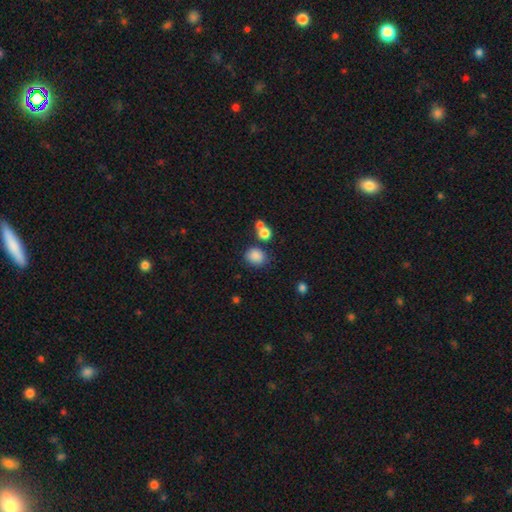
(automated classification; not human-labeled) Q: Smooth or featured?
A: smooth (85%); runner-up: star or artifact (10%)
Q: How rounded?
A: round (63%); runner-up: in between (36%)
Q: Merging?
A: none (73%); runner-up: minor disturbance (13%)